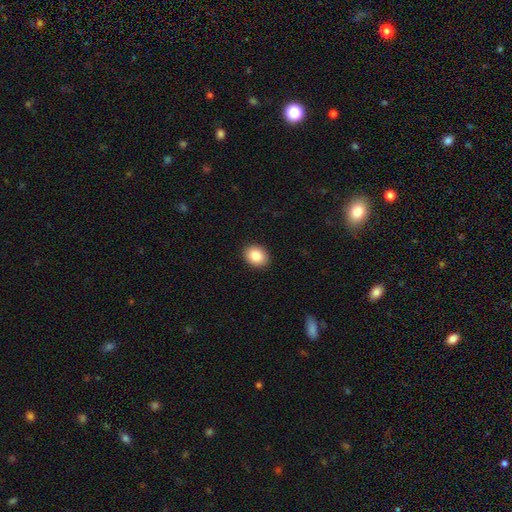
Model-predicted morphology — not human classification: Smooth or featured?
  - smooth: 85% *
  - star or artifact: 8%
  - featured or disk: 6%
How rounded?
  - round: 54% *
  - in between: 45%
  - cigar-shaped: 1%
Merging?
  - none: 91% *
  - minor disturbance: 6%
  - major disturbance: 2%
  - merger: 1%